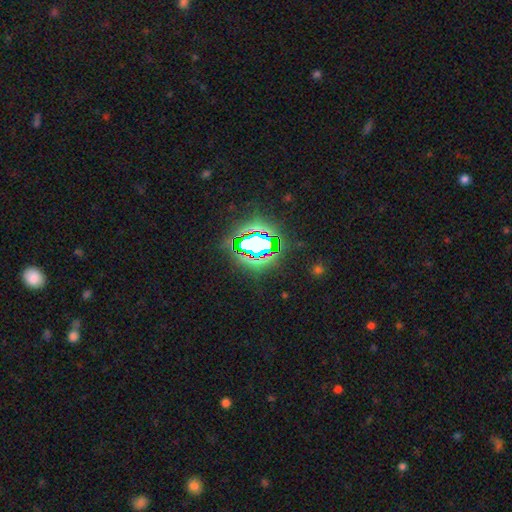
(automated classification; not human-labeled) Morphology: type=star or artifact (81%).